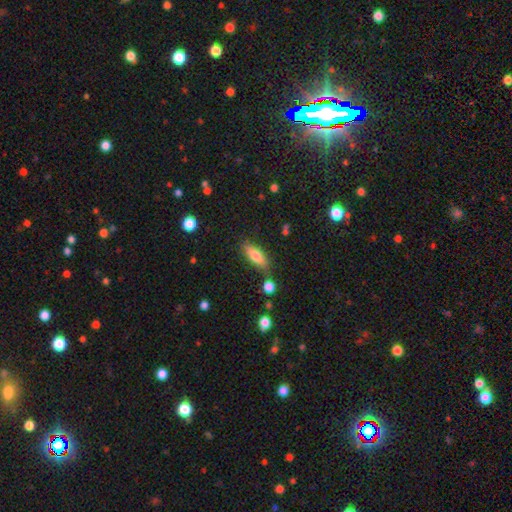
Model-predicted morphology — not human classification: Q: Smooth or featured?
A: smooth (70%); runner-up: featured or disk (23%)
Q: How rounded?
A: in between (63%); runner-up: cigar-shaped (34%)
Q: Merging?
A: none (74%); runner-up: minor disturbance (16%)